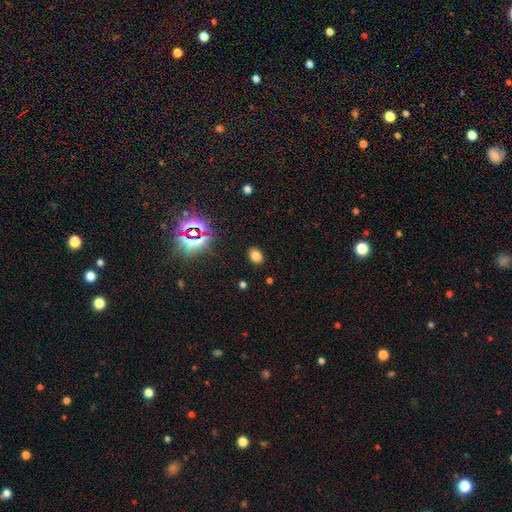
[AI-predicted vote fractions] A smooth galaxy with no disk features (74%) that is in between round and cigar-shaped (72%). Merging: none (88%).